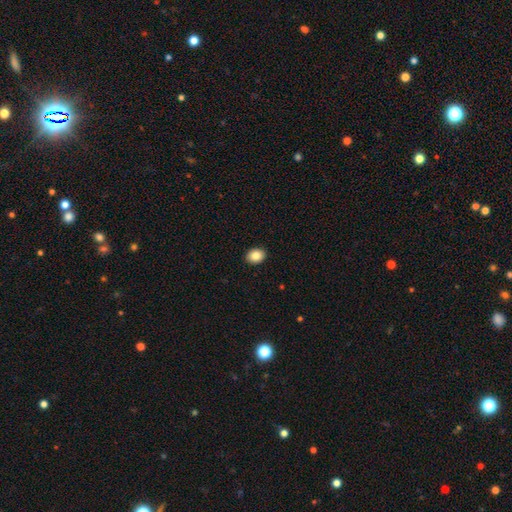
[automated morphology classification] smooth 86%, star or artifact 8%, featured or disk 6%. Down the decision tree: how rounded — in between (63%); merging — none (92%).